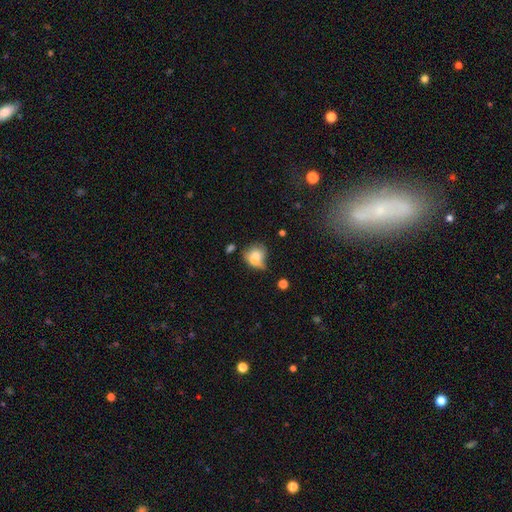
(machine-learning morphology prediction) Overall: smooth (67%). How rounded: round (64%; in between 35%). Merging: merger (44%; none 29%).